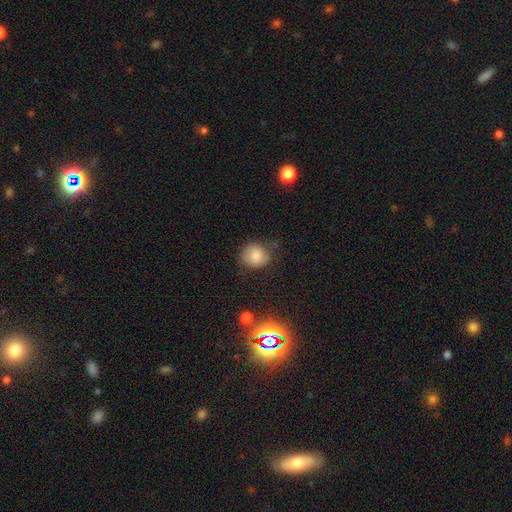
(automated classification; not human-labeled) A smooth galaxy with no disk features (81%) that is round (77%).

Vote fractions:
- Smooth or featured? smooth: 81% / star or artifact: 10% / featured or disk: 9%
- How rounded? round: 77% / in between: 22% / cigar-shaped: 1%
- Merging? none: 67% / minor disturbance: 23% / major disturbance: 7% / merger: 2%